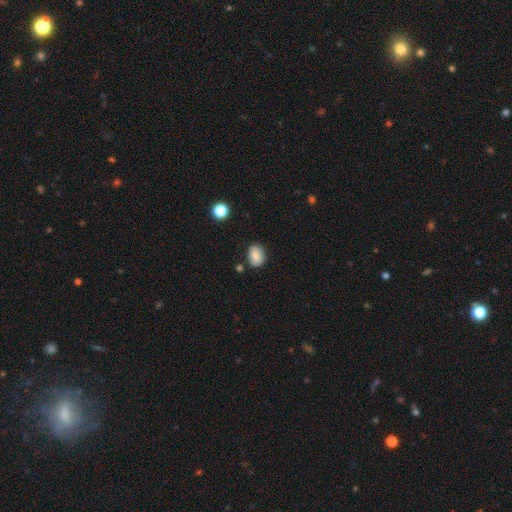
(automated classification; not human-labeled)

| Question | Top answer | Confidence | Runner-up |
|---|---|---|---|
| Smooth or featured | smooth | 79% | featured or disk (12%) |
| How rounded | in between | 68% | round (31%) |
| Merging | none | 77% | minor disturbance (15%) |